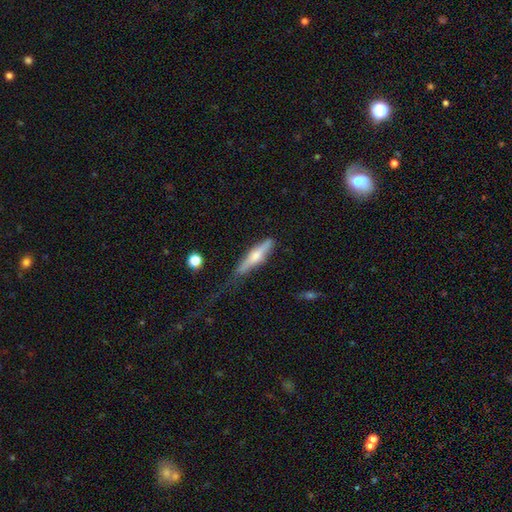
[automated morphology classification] type=featured or disk (52%); edge-on=yes (92%); merging=none (59%).